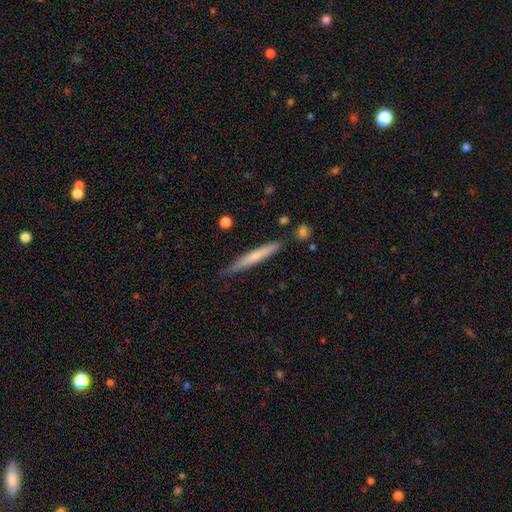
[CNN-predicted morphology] Smooth or featured?
  - smooth: 59% *
  - featured or disk: 35%
  - star or artifact: 6%
How rounded?
  - cigar-shaped: 96% *
  - in between: 3%
  - round: 1%
Merging?
  - none: 82% *
  - minor disturbance: 13%
  - merger: 3%
  - major disturbance: 2%